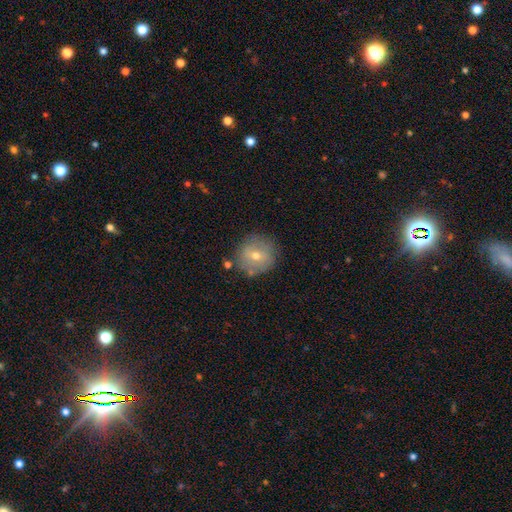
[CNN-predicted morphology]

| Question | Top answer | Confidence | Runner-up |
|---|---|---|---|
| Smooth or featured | smooth | 57% | featured or disk (32%) |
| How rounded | round | 91% | in between (8%) |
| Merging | none | 79% | minor disturbance (13%) |